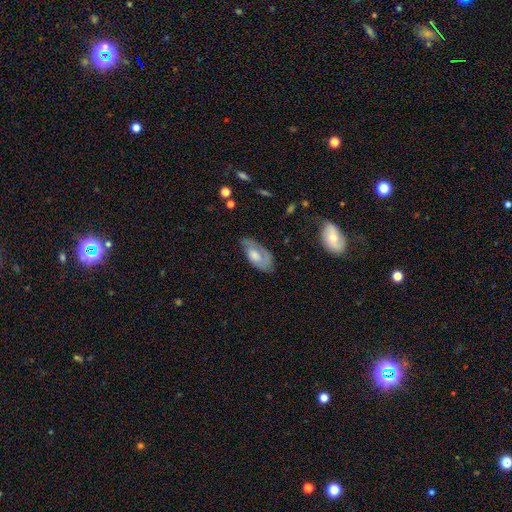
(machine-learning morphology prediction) type=featured or disk (49%); merging=none (53%).